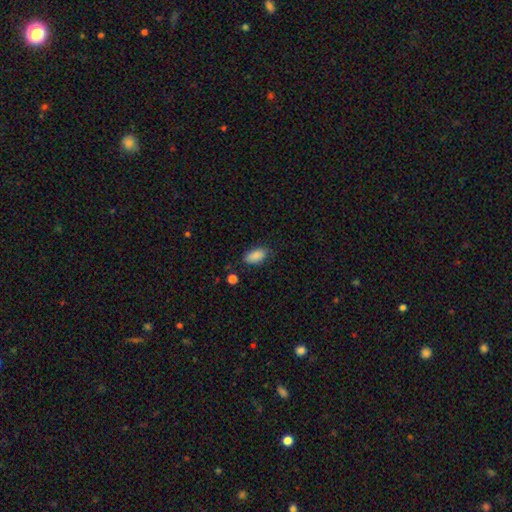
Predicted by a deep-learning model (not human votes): The model was most divided on "merging": none: 76%, minor disturbance: 18%, major disturbance: 4%, merger: 2%. More confident: how rounded — in between (91%); smooth or featured — smooth (88%).